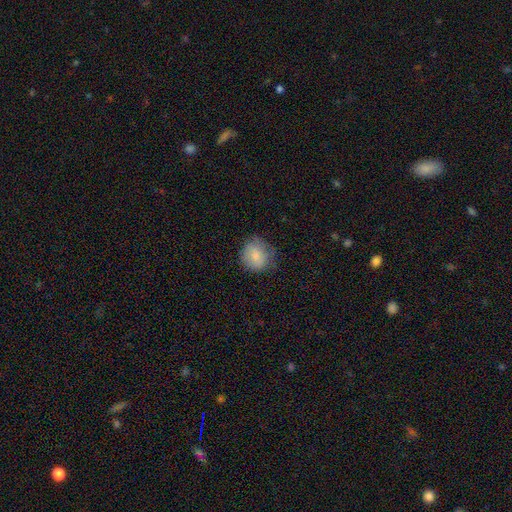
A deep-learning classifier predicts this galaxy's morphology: Smooth or featured? Predicted: smooth (p=0.81). How rounded? Predicted: round (p=0.78). Merging? Predicted: none (p=0.68).